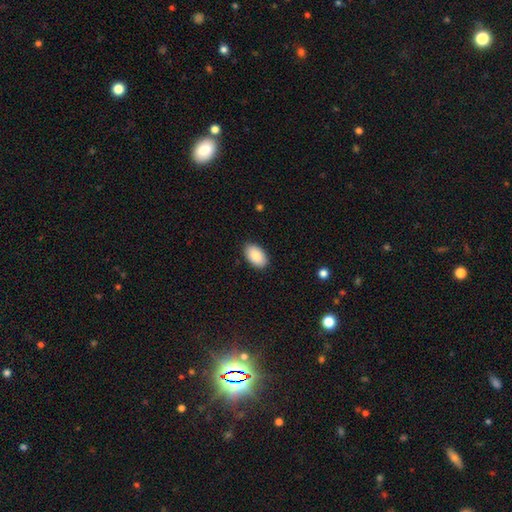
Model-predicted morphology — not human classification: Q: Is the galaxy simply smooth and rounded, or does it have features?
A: smooth — 88%.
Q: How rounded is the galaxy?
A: in between — 94%.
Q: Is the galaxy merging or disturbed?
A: none — 88%.